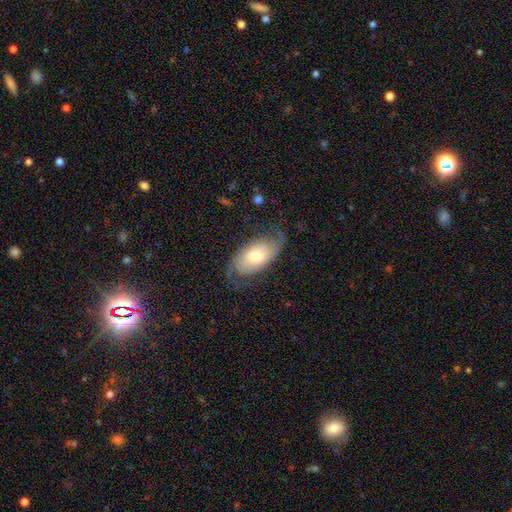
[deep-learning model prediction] The model was most divided on "smooth or featured": featured or disk: 58%, smooth: 35%, star or artifact: 7%. More confident: edge-on disk — no (92%); spiral arms — yes (84%); bar — no (68%); merging — none (64%); bulge size — moderate (62%).